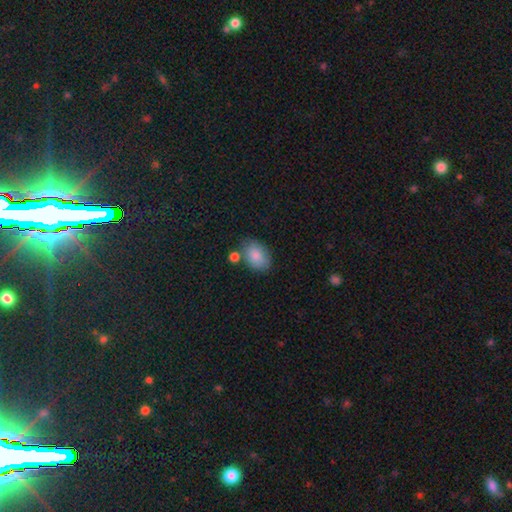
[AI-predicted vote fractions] Smooth or featured?
  - smooth: 85% *
  - featured or disk: 8%
  - star or artifact: 7%
How rounded?
  - in between: 81% *
  - round: 17%
  - cigar-shaped: 1%
Merging?
  - none: 68% *
  - minor disturbance: 17%
  - merger: 11%
  - major disturbance: 5%